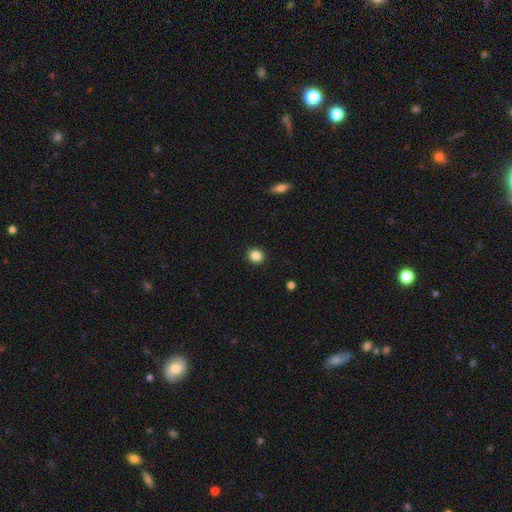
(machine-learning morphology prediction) A smooth galaxy with no disk features (86%) that is round (82%). Merging: none (92%).